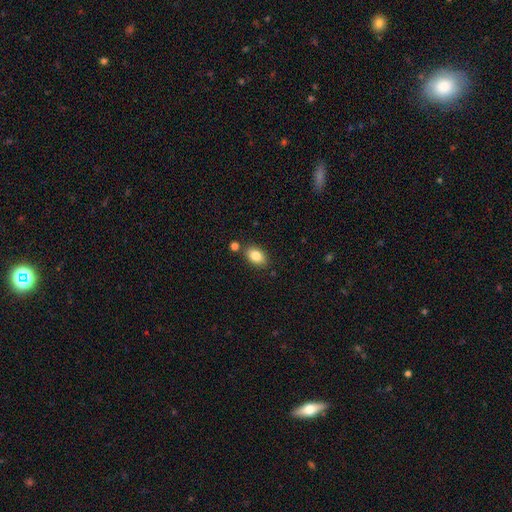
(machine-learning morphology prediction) Smooth or featured? Predicted: smooth (p=0.84). How rounded? Predicted: in between (p=0.86). Merging? Predicted: none (p=0.80).